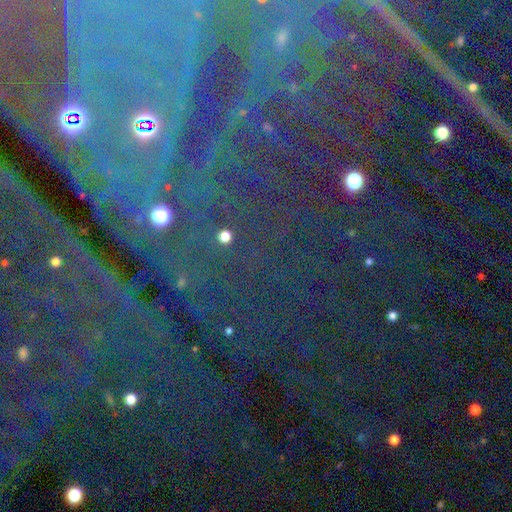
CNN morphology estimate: smooth-or-featured: star or artifact: 79% | featured or disk: 11% | smooth: 9%